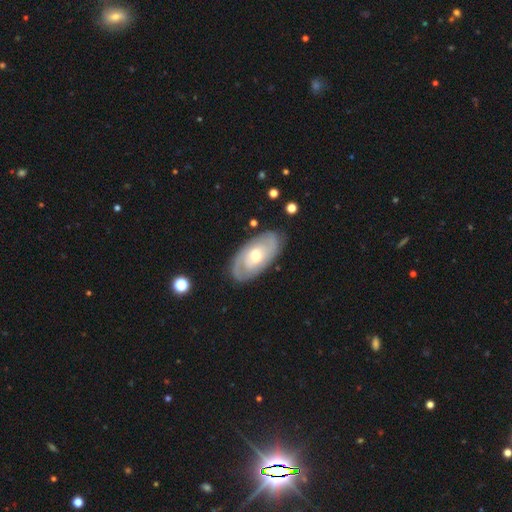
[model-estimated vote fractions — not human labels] Smooth or featured? featured or disk (78%)
Edge-on disk? no (93%)
Bar? no (61%)
Spiral arms? yes (85%)
Spiral winding? tight (65%)
Spiral arm count? 2 (57%)
Bulge size? moderate (66%)
Merging? none (83%)